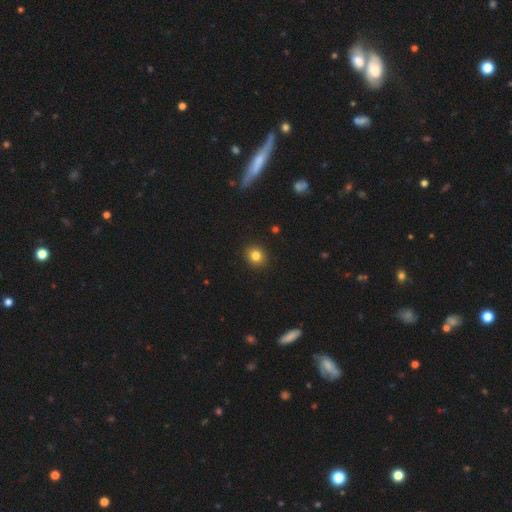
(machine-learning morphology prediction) A smooth galaxy with no disk features (83%) that is round (82%).

Vote fractions:
- Smooth or featured? smooth: 83% / star or artifact: 11% / featured or disk: 6%
- How rounded? round: 82% / in between: 17% / cigar-shaped: 1%
- Merging? none: 92% / minor disturbance: 6% / major disturbance: 2% / merger: 1%